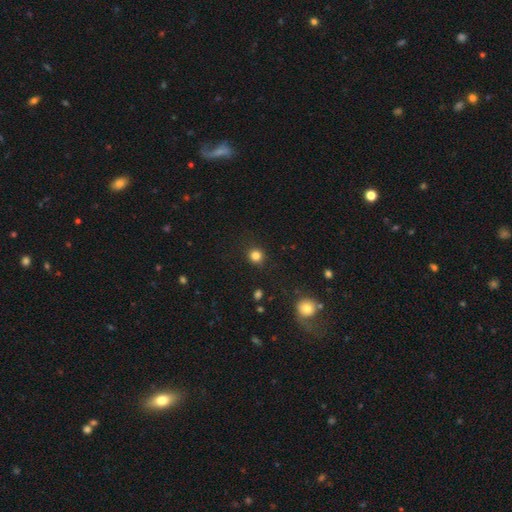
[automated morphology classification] Q: Smooth or featured?
A: smooth (83%); runner-up: star or artifact (13%)
Q: How rounded?
A: round (91%); runner-up: in between (8%)
Q: Merging?
A: none (89%); runner-up: minor disturbance (7%)